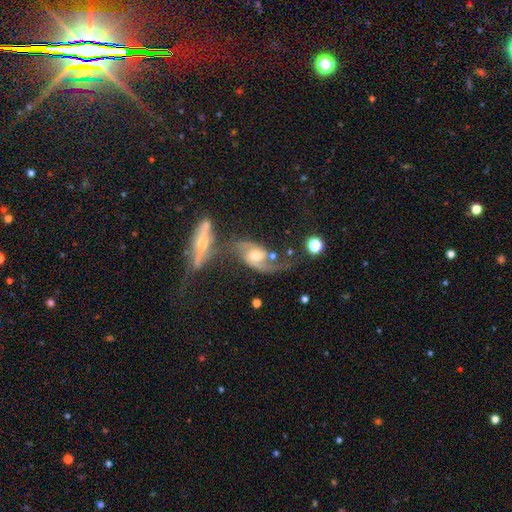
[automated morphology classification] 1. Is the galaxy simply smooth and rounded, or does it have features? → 85% featured or disk, 9% smooth, 6% star or artifact.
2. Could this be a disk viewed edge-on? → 94% no, 6% yes.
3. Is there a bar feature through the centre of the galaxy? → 47% no, 41% weak, 12% strong.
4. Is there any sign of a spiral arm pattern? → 95% yes, 5% no.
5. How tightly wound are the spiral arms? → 52% loose, 38% medium, 11% tight.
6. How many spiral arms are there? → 88% 2, 5% 1, 4% can't tell, 1% 3, 1% 4, 1% more than 4.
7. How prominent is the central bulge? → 65% moderate, 20% small, 12% large, 2% none, 1% dominant.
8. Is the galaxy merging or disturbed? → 37% merger, 35% none, 15% minor disturbance, 13% major disturbance.